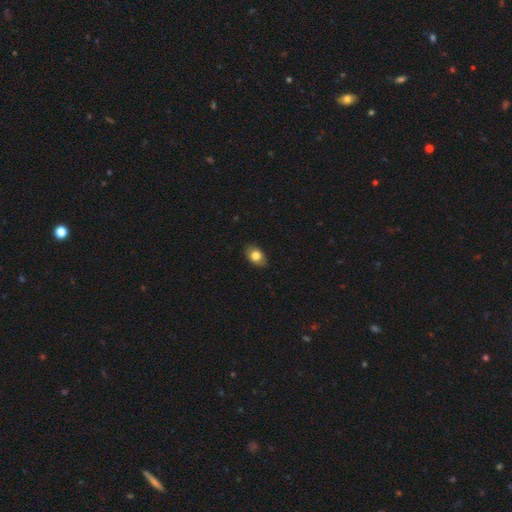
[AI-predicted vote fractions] Smooth or featured? smooth (78%)
How rounded? in between (82%)
Merging? none (81%)